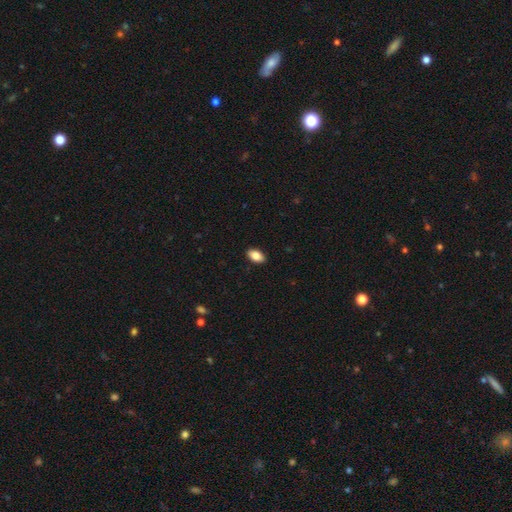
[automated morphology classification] Smooth or featured?
  - smooth: 86% *
  - star or artifact: 7%
  - featured or disk: 7%
How rounded?
  - in between: 92% *
  - round: 6%
  - cigar-shaped: 2%
Merging?
  - none: 90% *
  - minor disturbance: 7%
  - major disturbance: 2%
  - merger: 1%